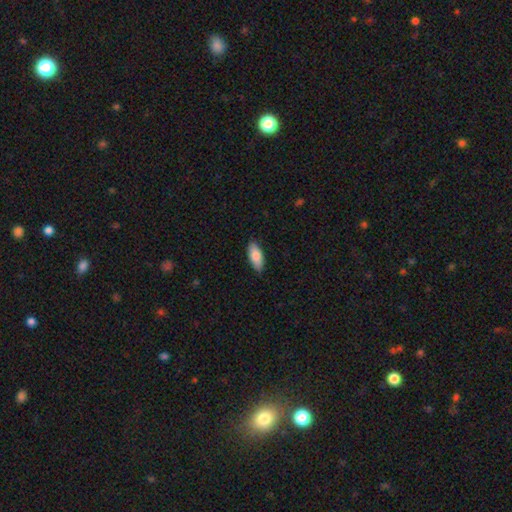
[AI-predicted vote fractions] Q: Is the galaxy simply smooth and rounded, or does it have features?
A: smooth — 85%.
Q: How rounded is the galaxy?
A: in between — 84%.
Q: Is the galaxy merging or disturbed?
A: none — 88%.